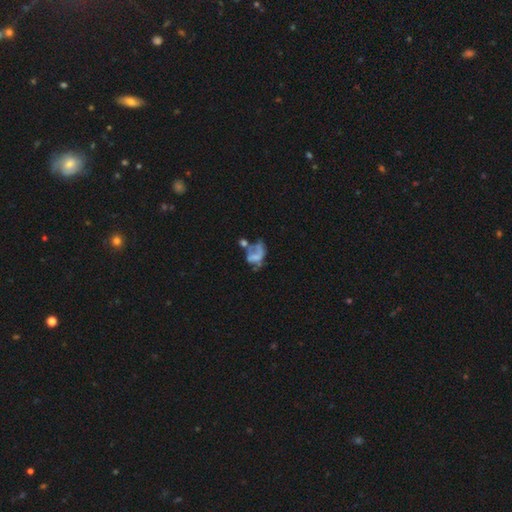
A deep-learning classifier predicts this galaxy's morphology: smooth-or-featured: featured or disk: 51% | smooth: 36% | star or artifact: 13%
  disk-edge-on: no: 98% | yes: 2%
    bar: no: 82% | weak: 13% | strong: 5%
    has-spiral-arms: no: 77% | yes: 23%
    bulge-size: none: 69% | small: 16% | moderate: 10% | large: 3% | dominant: 2%
  merging: major disturbance: 38% | merger: 27% | none: 20% | minor disturbance: 16%